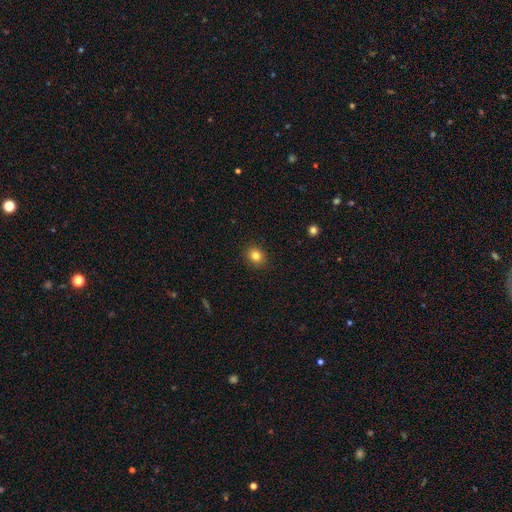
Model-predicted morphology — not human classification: Q: Smooth or featured?
A: smooth (82%); runner-up: star or artifact (12%)
Q: How rounded?
A: round (72%); runner-up: in between (27%)
Q: Merging?
A: none (90%); runner-up: minor disturbance (7%)